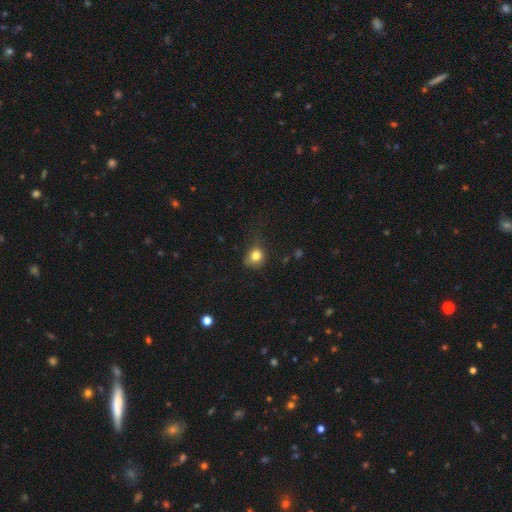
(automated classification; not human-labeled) smooth-or-featured: smooth: 80% | star or artifact: 12% | featured or disk: 8%
  how-rounded: round: 75% | in between: 24% | cigar-shaped: 1%
  merging: none: 55% | minor disturbance: 30% | major disturbance: 13% | merger: 2%